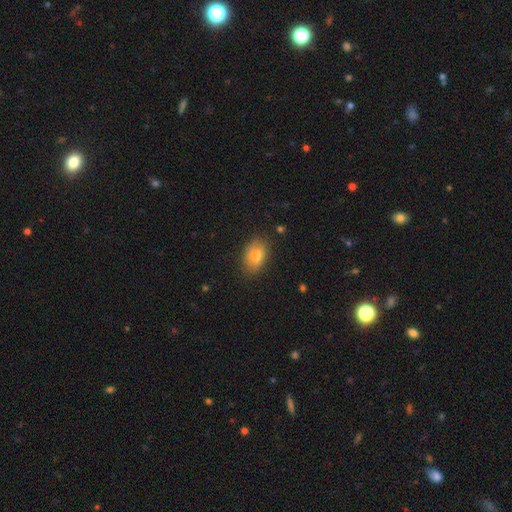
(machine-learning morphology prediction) Q: Smooth or featured?
A: smooth (80%); runner-up: featured or disk (12%)
Q: How rounded?
A: in between (86%); runner-up: round (12%)
Q: Merging?
A: none (79%); runner-up: minor disturbance (17%)